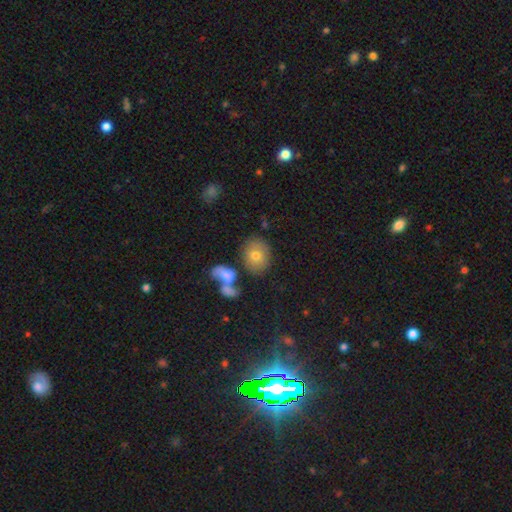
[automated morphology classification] smooth-or-featured: smooth: 71% | featured or disk: 19% | star or artifact: 9%
  how-rounded: round: 56% | in between: 42% | cigar-shaped: 1%
  merging: none: 62% | merger: 19% | minor disturbance: 13% | major disturbance: 6%